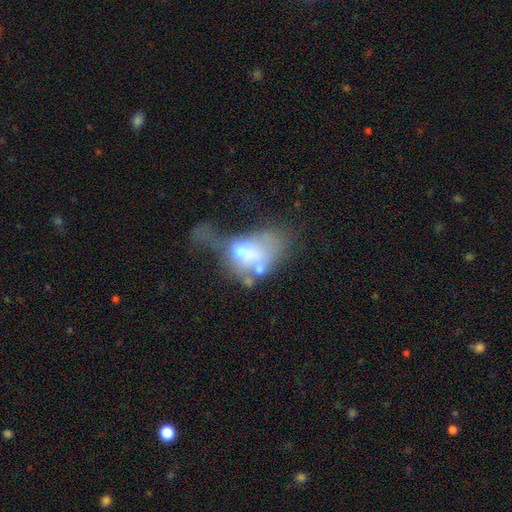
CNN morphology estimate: This is possibly a featured or disk galaxy (45%). Merging: marginally major disturbance (43%).